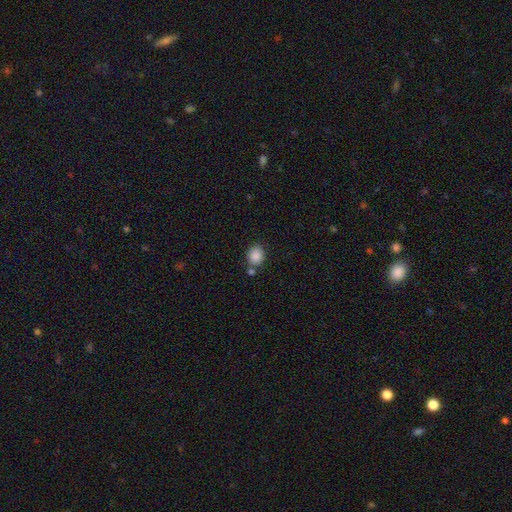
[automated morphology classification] This is clearly a smooth galaxy (87%). How rounded: likely round (60%). Merging: likely none (71%).